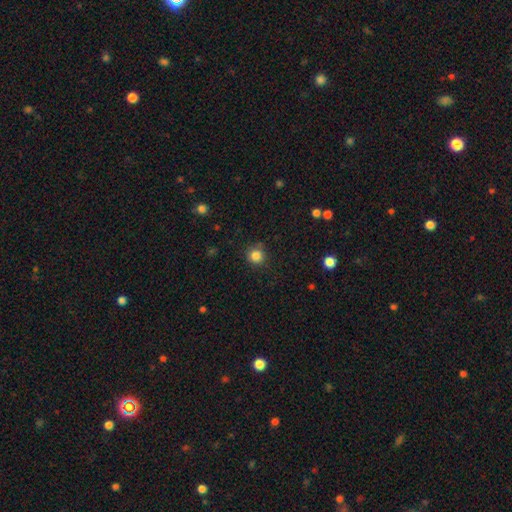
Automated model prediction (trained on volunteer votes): Smooth or featured: smooth — 84% (star or artifact — 12%)
How rounded: round — 93% (in between — 6%)
Merging: none — 84% (minor disturbance — 12%)